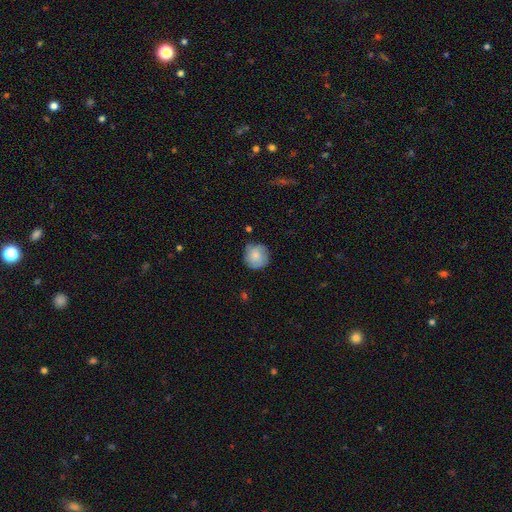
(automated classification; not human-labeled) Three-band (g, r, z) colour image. It shows a smooth galaxy with no disk features (78%) that is round (92%). Merging: none (76%).